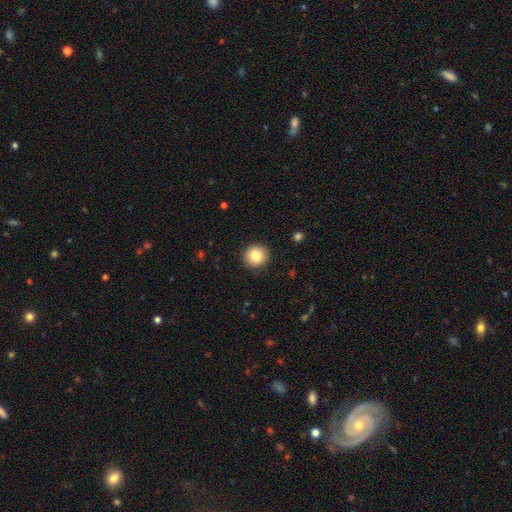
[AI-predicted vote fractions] Overall: smooth (84%). How rounded: round (91%). Merging: none (92%).